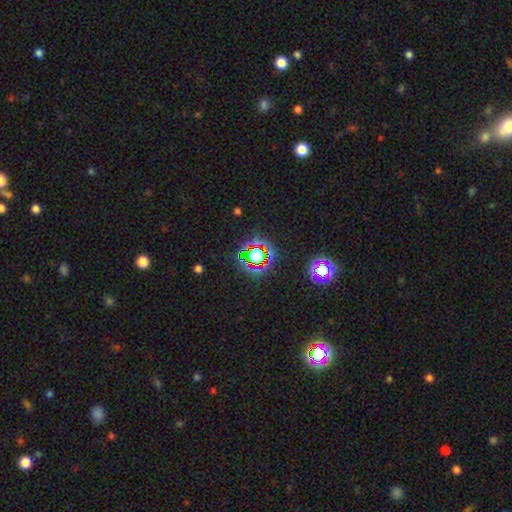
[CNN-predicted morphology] This appears to be a star or artifact, not a galaxy (69%).